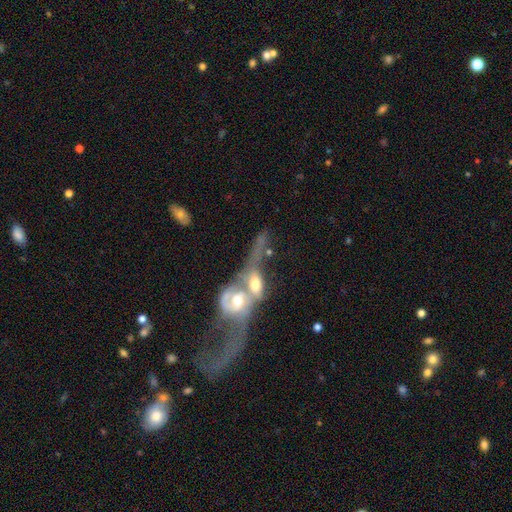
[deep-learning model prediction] This appears to be a featured or disk galaxy (71%) with no bar (69%), spiral arms (65%) and a moderate central bulge (52%). Merging: merger (70%).